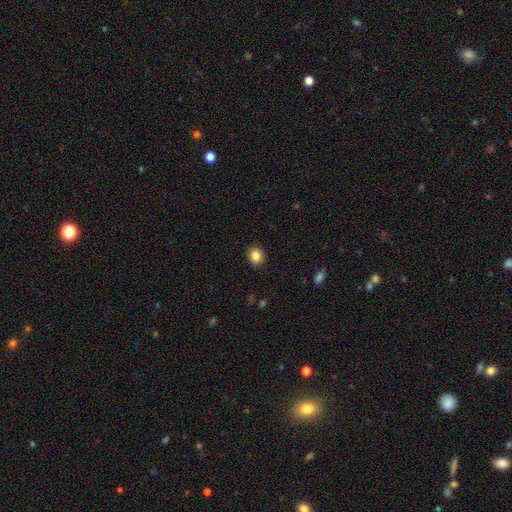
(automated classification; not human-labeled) smooth_or_featured: smooth (p=0.86) [alt: star or artifact p=0.10]
how_rounded: round (p=0.62) [alt: in between p=0.37]
merging: none (p=0.91) [alt: minor disturbance p=0.07]